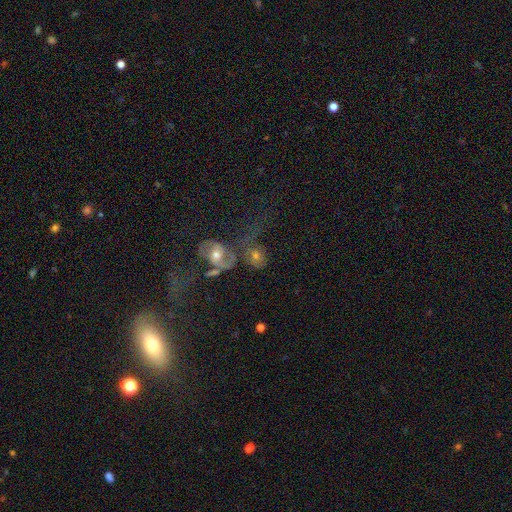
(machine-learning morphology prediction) A smooth galaxy with no disk features (51%) that is round (54%). Merging: merger (37%).